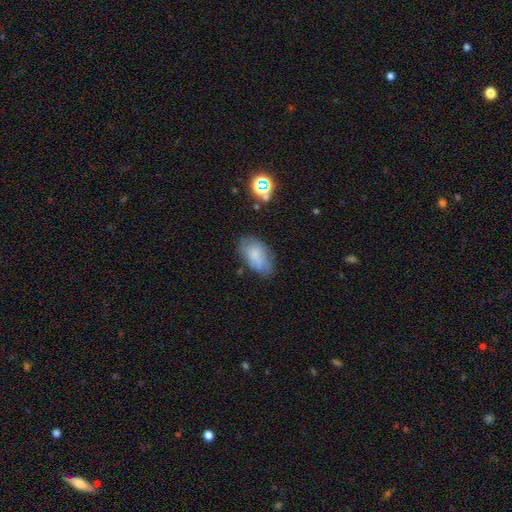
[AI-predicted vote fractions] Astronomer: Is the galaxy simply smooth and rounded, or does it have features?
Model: smooth — 72%.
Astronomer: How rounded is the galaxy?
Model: in between — 93%.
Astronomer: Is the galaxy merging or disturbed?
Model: none — 61%.